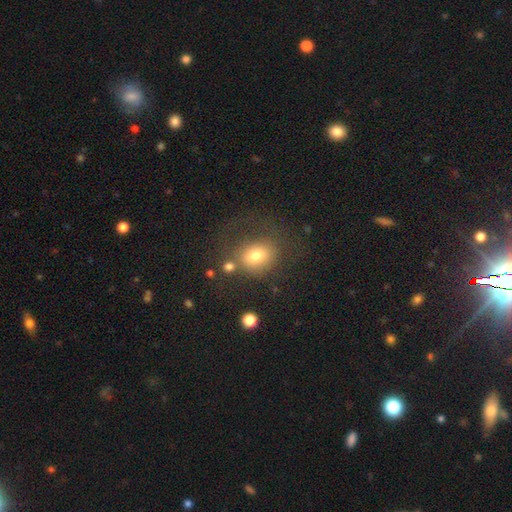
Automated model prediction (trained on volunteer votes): The model was most divided on "how rounded": round: 56%, in between: 43%, cigar-shaped: 1%. More confident: smooth or featured — smooth (74%); merging — none (55%).